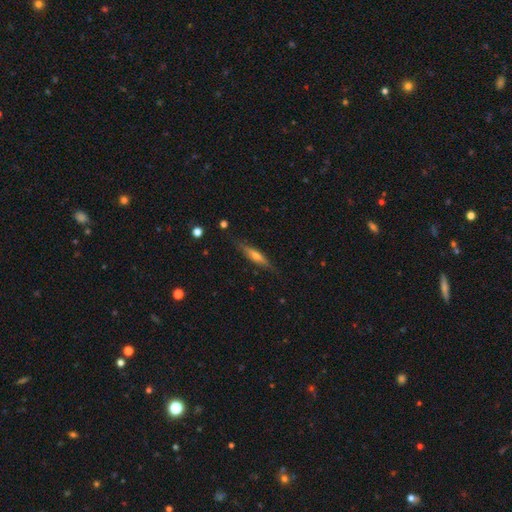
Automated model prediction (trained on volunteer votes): The model was most divided on "smooth or featured": featured or disk: 55%, smooth: 38%, star or artifact: 7%. More confident: edge-on disk — yes (93%); merging — none (83%); edge-on bulge — rounded (66%).